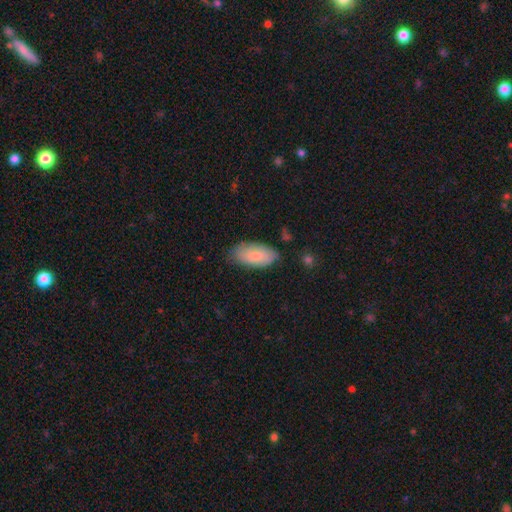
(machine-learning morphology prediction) type=smooth (84%); roundness=in between (92%); merging=none (76%).